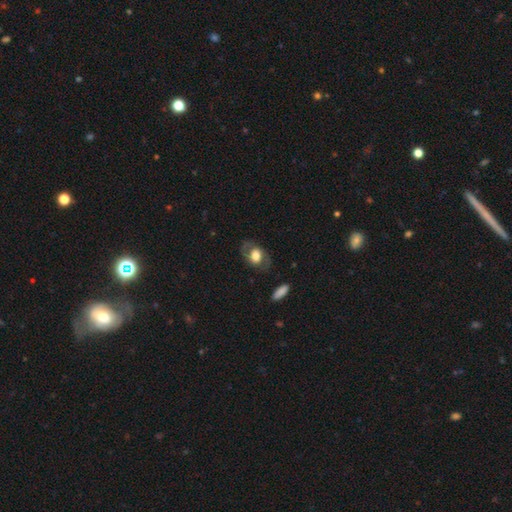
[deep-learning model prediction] A smooth galaxy with no disk features (47%). Merging: none (72%).